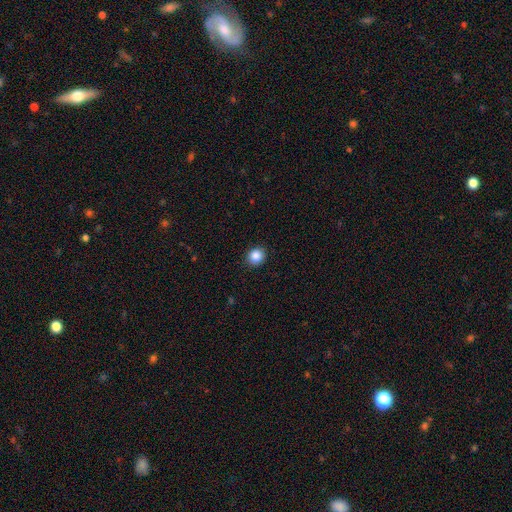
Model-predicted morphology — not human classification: This appears to be a smooth galaxy with no disk features (87%) that is round (82%). Merging: none (90%).